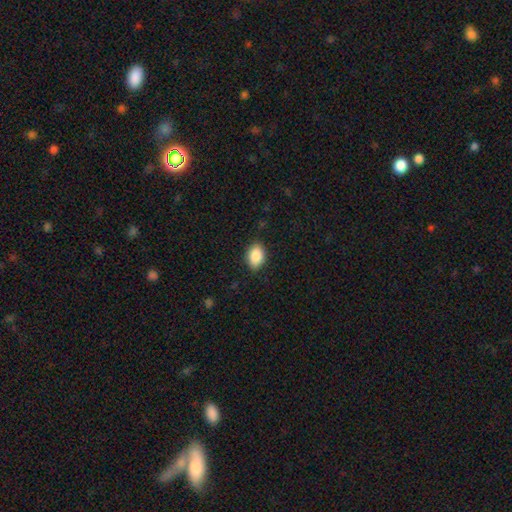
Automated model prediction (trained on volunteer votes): Smooth or featured? smooth (88%)
How rounded? in between (82%)
Merging? none (86%)